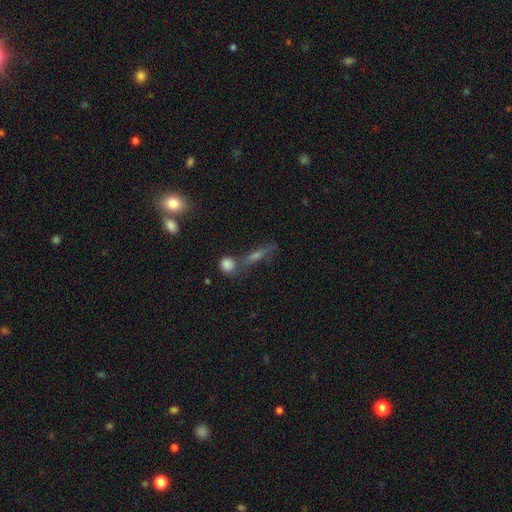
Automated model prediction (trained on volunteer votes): featured or disk 41%, smooth 38%, star or artifact 20%. Down the decision tree: merging — none (59%).